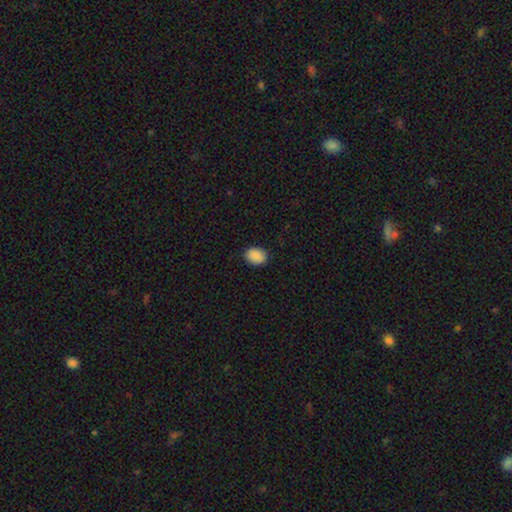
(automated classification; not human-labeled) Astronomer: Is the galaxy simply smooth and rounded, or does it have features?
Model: smooth — 89%.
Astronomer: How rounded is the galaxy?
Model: in between — 65%.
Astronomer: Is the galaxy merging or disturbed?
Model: none — 88%.